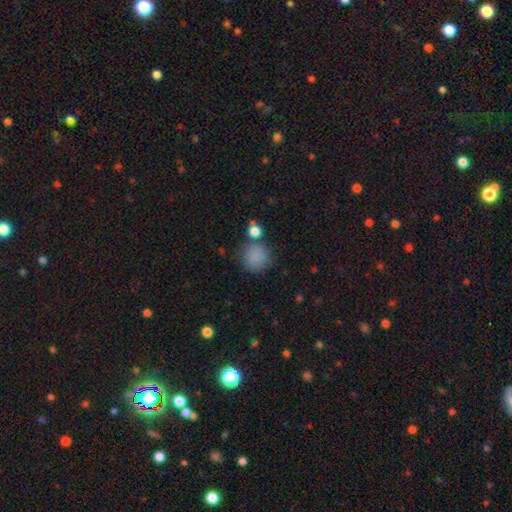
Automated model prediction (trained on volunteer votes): Q: Smooth or featured?
A: smooth (82%); runner-up: star or artifact (11%)
Q: How rounded?
A: round (87%); runner-up: in between (12%)
Q: Merging?
A: none (68%); runner-up: minor disturbance (15%)